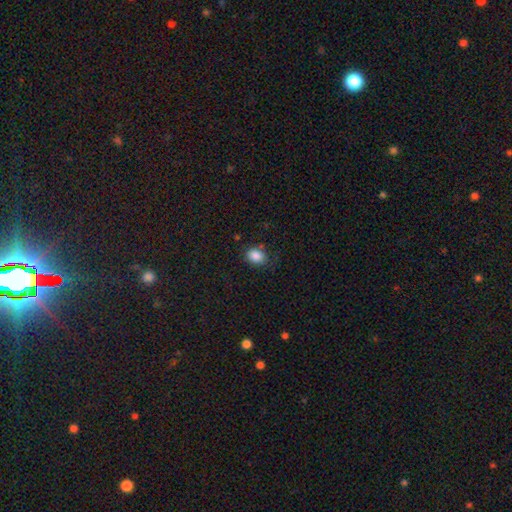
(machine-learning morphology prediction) Smooth or featured?
  - smooth: 86% *
  - star or artifact: 9%
  - featured or disk: 5%
How rounded?
  - in between: 60% *
  - round: 39%
  - cigar-shaped: 1%
Merging?
  - none: 78% *
  - minor disturbance: 15%
  - major disturbance: 4%
  - merger: 3%